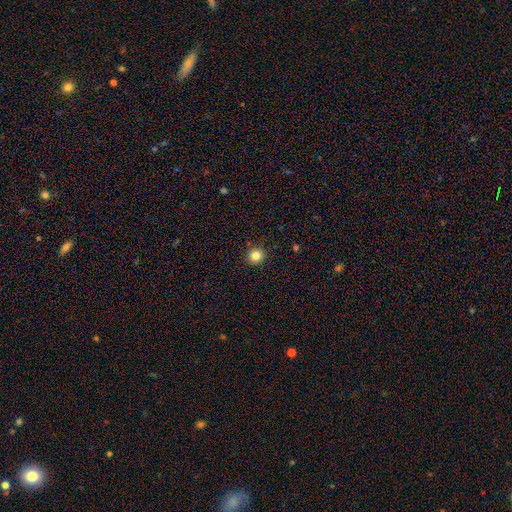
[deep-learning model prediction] A smooth galaxy with no disk features (83%) that is round (90%).

Vote fractions:
- Smooth or featured? smooth: 83% / star or artifact: 12% / featured or disk: 5%
- How rounded? round: 90% / in between: 9% / cigar-shaped: 1%
- Merging? none: 91% / minor disturbance: 6% / major disturbance: 2% / merger: 1%